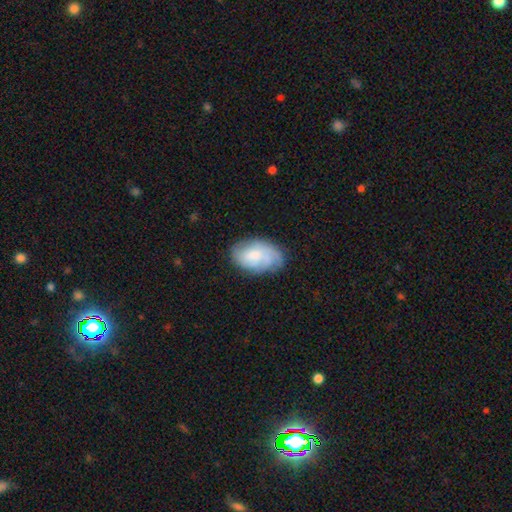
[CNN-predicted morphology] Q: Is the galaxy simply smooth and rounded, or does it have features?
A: smooth — 47%.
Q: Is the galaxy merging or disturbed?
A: none — 66%.